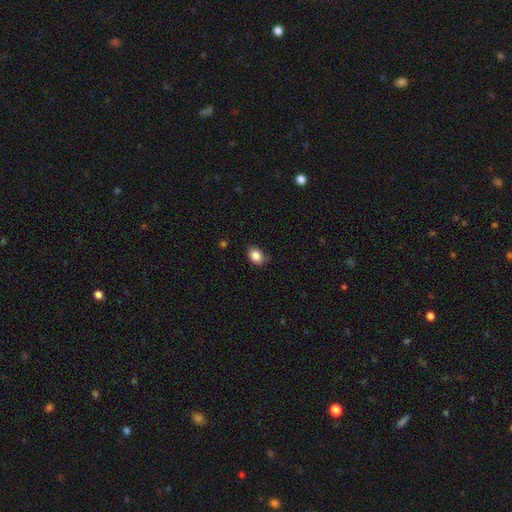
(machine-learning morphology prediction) This appears to be a smooth galaxy with no disk features (86%) that is in between round and cigar-shaped (65%). Merging: none (77%).